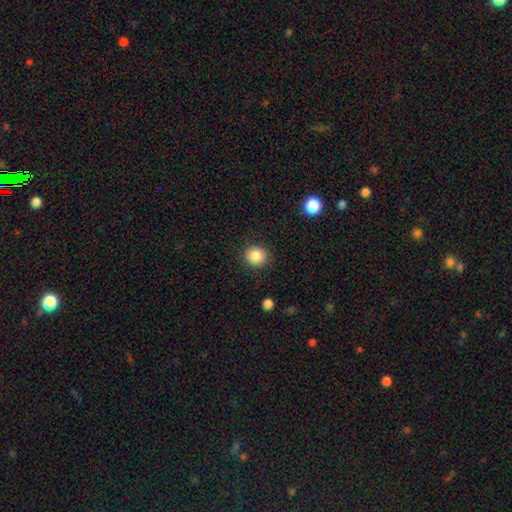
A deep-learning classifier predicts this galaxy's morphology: Q: Smooth or featured?
A: smooth (87%); runner-up: star or artifact (9%)
Q: How rounded?
A: round (85%); runner-up: in between (14%)
Q: Merging?
A: none (88%); runner-up: minor disturbance (8%)